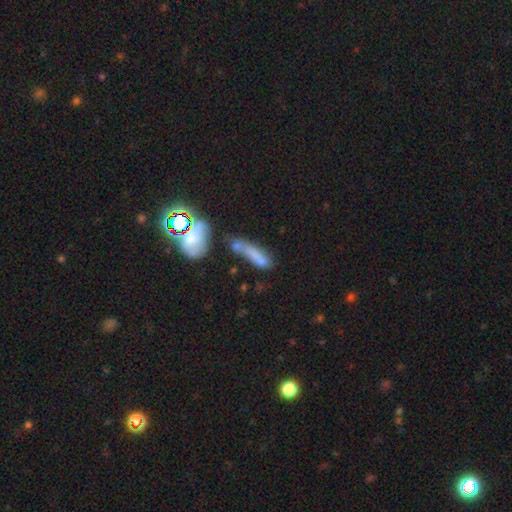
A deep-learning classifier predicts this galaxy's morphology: type=smooth (65%); roundness=cigar-shaped (66%); merging=merger (34%).